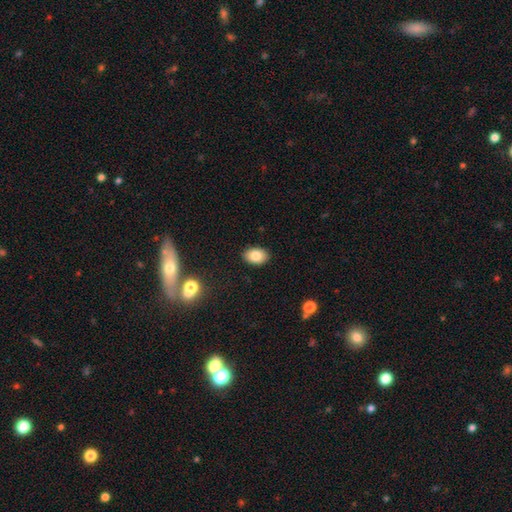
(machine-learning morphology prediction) Smooth or featured? smooth (83%)
How rounded? in between (84%)
Merging? none (89%)